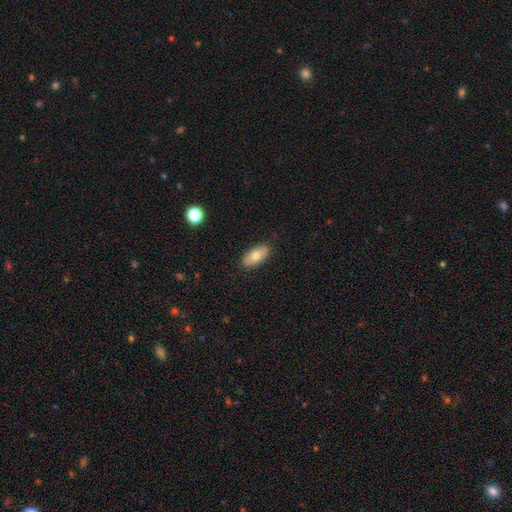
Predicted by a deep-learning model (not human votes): Smooth or featured: smooth — 73% (featured or disk — 20%)
How rounded: in between — 90% (cigar-shaped — 6%)
Merging: none — 87% (minor disturbance — 10%)